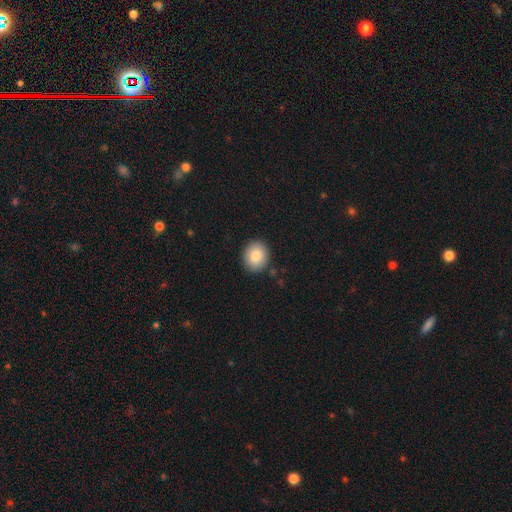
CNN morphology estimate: This is clearly a smooth galaxy (84%). How rounded: likely round (65%). Merging: clearly none (89%).